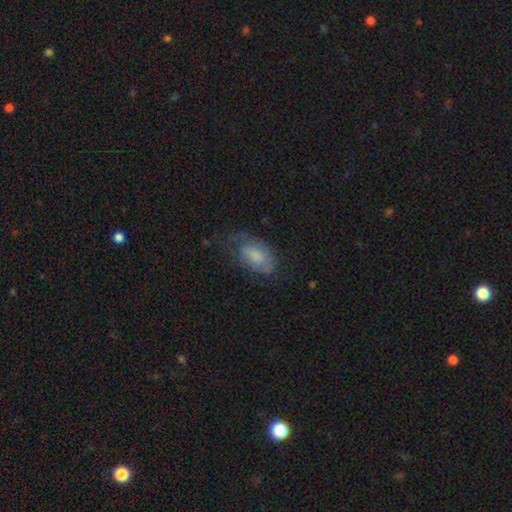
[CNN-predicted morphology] Smooth or featured?
  - smooth: 61% *
  - featured or disk: 32%
  - star or artifact: 8%
How rounded?
  - in between: 92% *
  - round: 6%
  - cigar-shaped: 2%
Merging?
  - none: 45% *
  - minor disturbance: 30%
  - major disturbance: 22%
  - merger: 2%